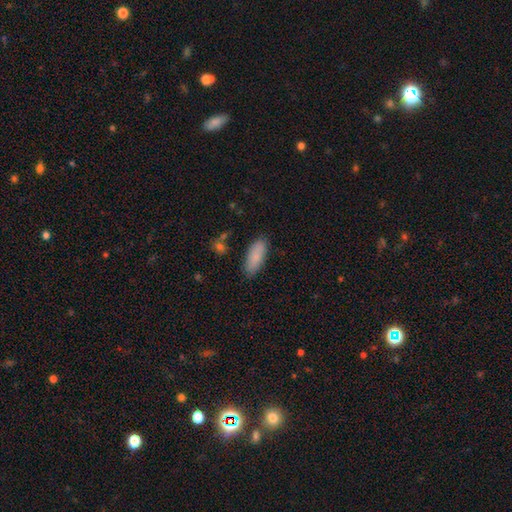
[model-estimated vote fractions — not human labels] Smooth or featured: smooth — 88% (star or artifact — 6%)
How rounded: in between — 74% (cigar-shaped — 24%)
Merging: none — 84% (minor disturbance — 11%)